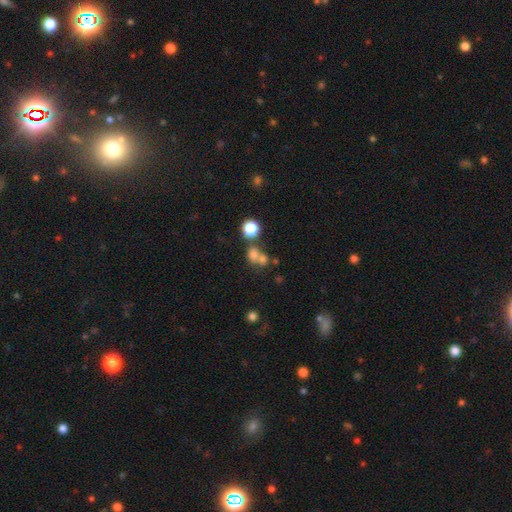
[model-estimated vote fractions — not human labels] A smooth galaxy with no disk features (70%) that is round (72%).

Vote fractions:
- Smooth or featured? smooth: 70% / star or artifact: 17% / featured or disk: 12%
- How rounded? round: 72% / in between: 26% / cigar-shaped: 1%
- Merging? merger: 48% / none: 38% / minor disturbance: 8% / major disturbance: 5%